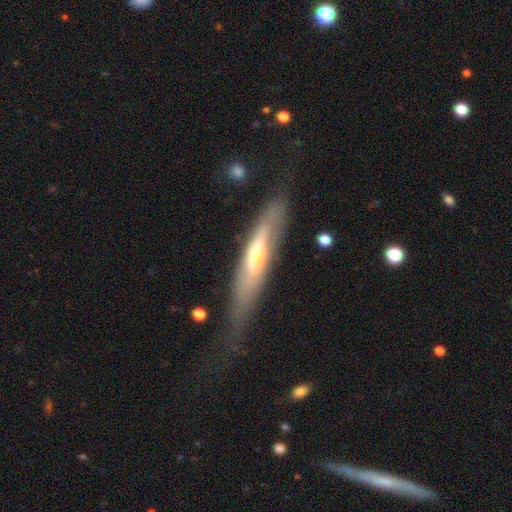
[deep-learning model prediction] The model was most divided on "smooth or featured": featured or disk: 51%, smooth: 43%, star or artifact: 6%. More confident: edge-on disk — yes (72%); merging — none (61%).